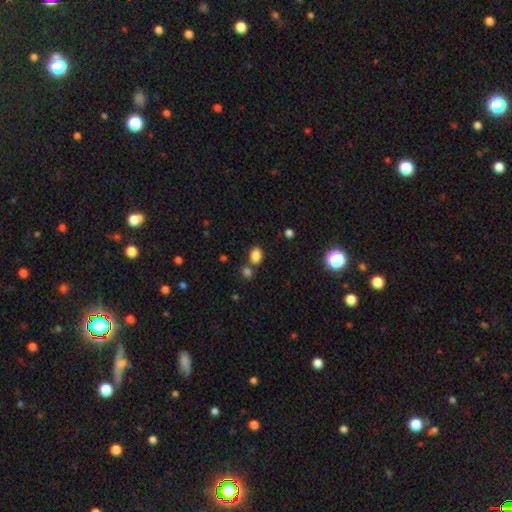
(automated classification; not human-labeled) A smooth galaxy with no disk features (83%) that is in between round and cigar-shaped (69%). Merging: none (66%).